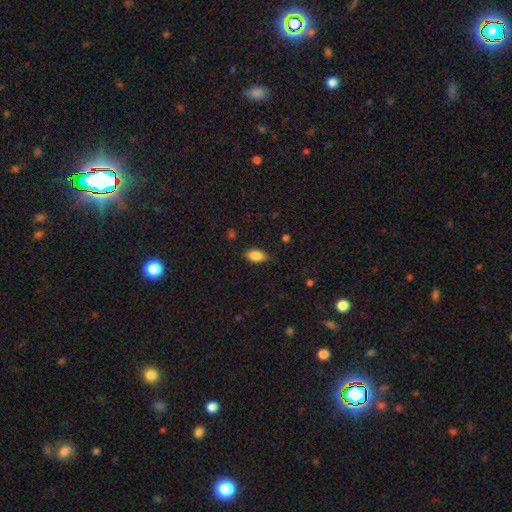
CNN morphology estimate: Overall: smooth (85%). How rounded: in between (91%). Merging: none (84%).